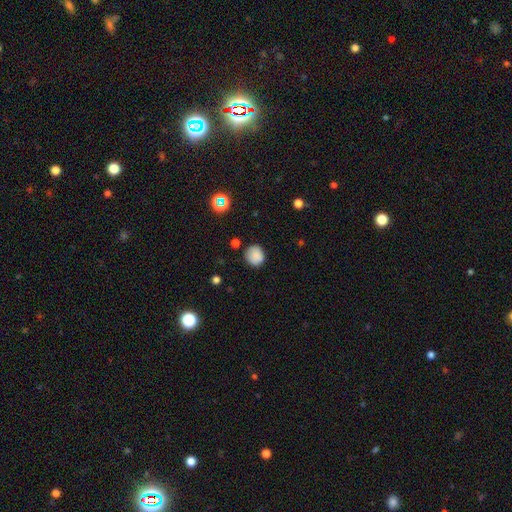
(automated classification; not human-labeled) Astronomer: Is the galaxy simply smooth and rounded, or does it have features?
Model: smooth — 84%.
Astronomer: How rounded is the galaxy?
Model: round — 84%.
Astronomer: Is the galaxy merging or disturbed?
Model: none — 80%.